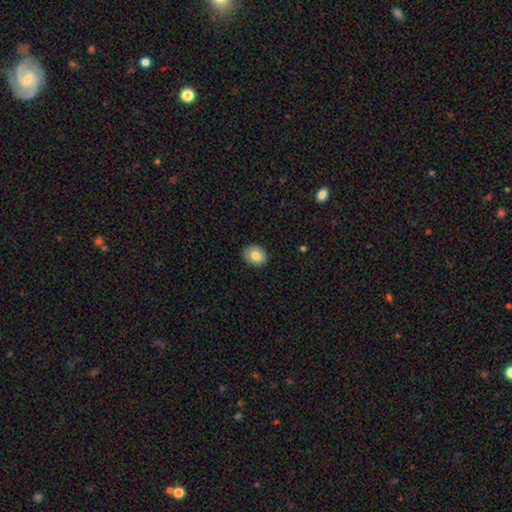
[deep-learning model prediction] Smooth or featured? smooth (79%)
How rounded? in between (55%)
Merging? none (85%)